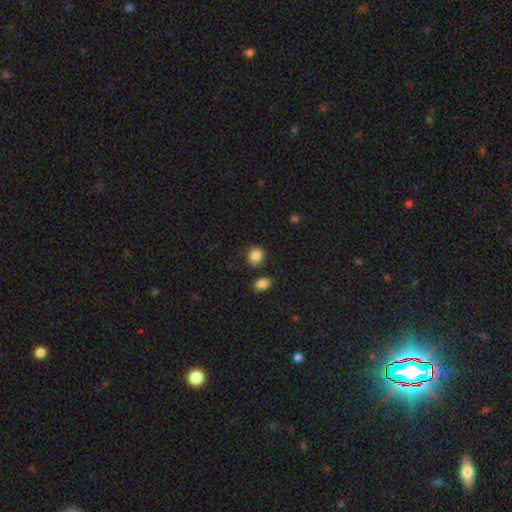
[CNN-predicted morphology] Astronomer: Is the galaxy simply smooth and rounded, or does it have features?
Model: smooth — 87%.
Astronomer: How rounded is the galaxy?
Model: round — 73%.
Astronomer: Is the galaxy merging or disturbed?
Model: none — 79%.